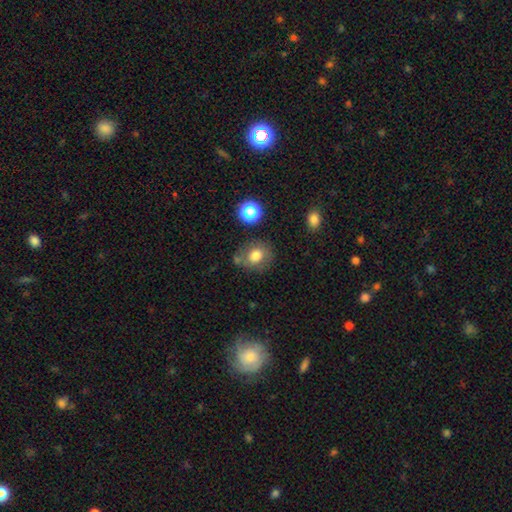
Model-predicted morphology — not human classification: smooth-or-featured: smooth: 74% | featured or disk: 14% | star or artifact: 11%
  how-rounded: round: 68% | in between: 31% | cigar-shaped: 1%
  merging: none: 68% | minor disturbance: 18% | merger: 8% | major disturbance: 6%